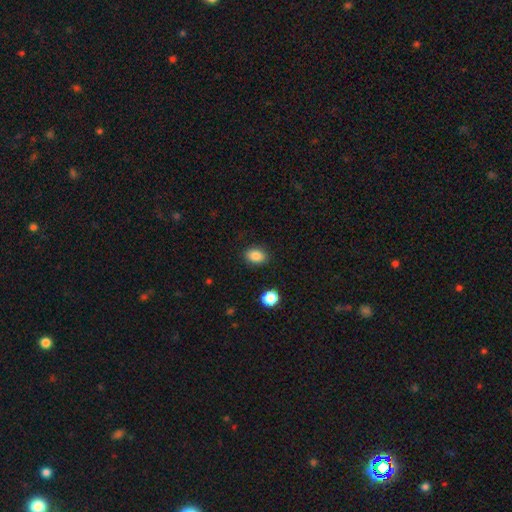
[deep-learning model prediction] Smooth or featured? Predicted: smooth (p=0.86). How rounded? Predicted: in between (p=0.73). Merging? Predicted: none (p=0.87).